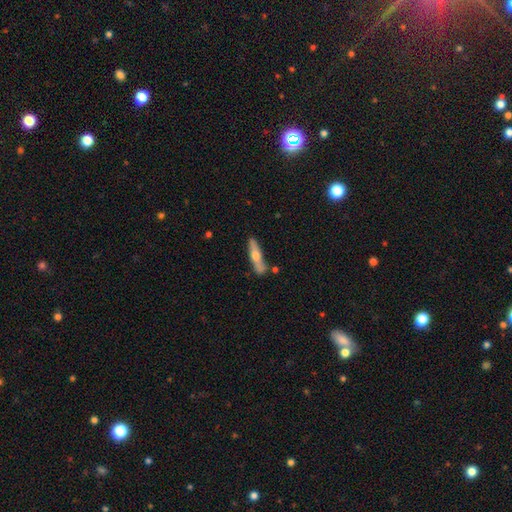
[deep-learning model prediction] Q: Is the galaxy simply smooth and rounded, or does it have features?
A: smooth — 50%.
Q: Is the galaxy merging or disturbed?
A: none — 78%.